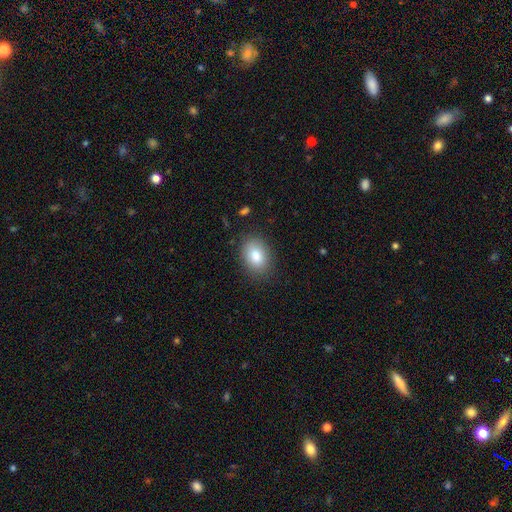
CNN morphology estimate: type=smooth (83%); roundness=in between (82%); merging=none (84%).